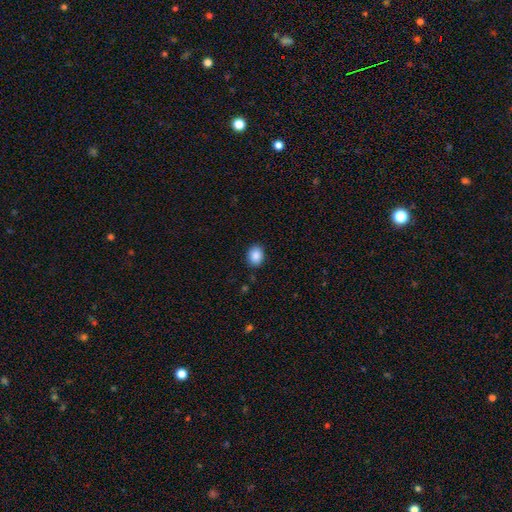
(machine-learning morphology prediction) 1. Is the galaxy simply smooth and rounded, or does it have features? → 88% smooth, 8% star or artifact, 4% featured or disk.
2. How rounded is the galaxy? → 51% in between, 48% round, 1% cigar-shaped.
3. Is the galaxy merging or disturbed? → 88% none, 9% minor disturbance, 2% major disturbance, 1% merger.